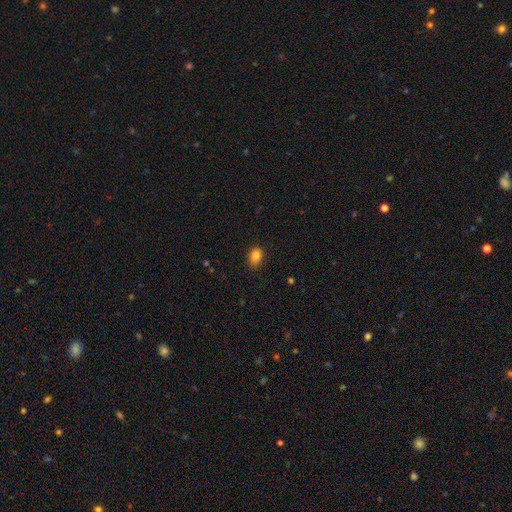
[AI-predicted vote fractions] Smooth or featured: smooth — 85% (star or artifact — 10%)
How rounded: in between — 77% (round — 22%)
Merging: none — 86% (minor disturbance — 10%)